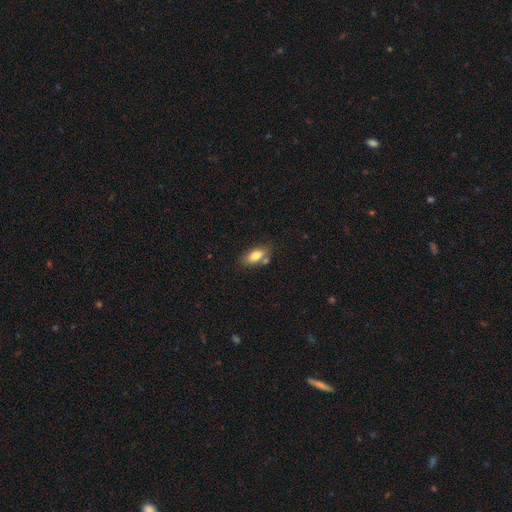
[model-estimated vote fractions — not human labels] Smooth or featured? Predicted: smooth (p=0.76). How rounded? Predicted: in between (p=0.86). Merging? Predicted: none (p=0.67).